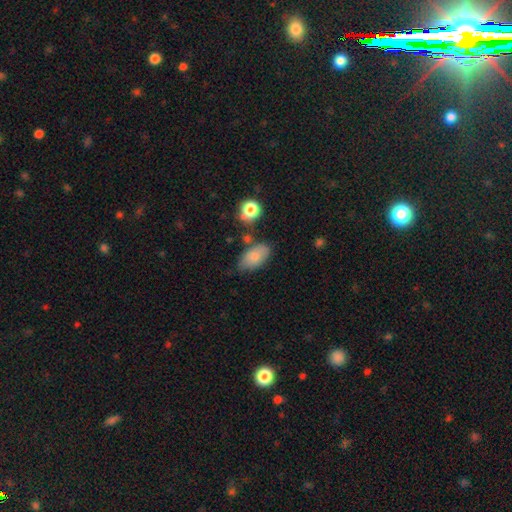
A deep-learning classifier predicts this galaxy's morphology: Smooth or featured?
  - smooth: 77% *
  - featured or disk: 14%
  - star or artifact: 8%
How rounded?
  - in between: 91% *
  - round: 7%
  - cigar-shaped: 2%
Merging?
  - none: 64% *
  - minor disturbance: 22%
  - merger: 8%
  - major disturbance: 6%